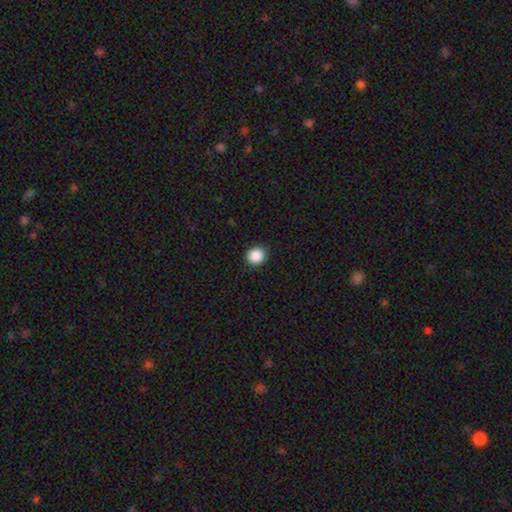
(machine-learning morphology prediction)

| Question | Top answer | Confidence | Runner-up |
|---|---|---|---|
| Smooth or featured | smooth | 88% | star or artifact (9%) |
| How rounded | round | 89% | in between (10%) |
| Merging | none | 90% | minor disturbance (7%) |